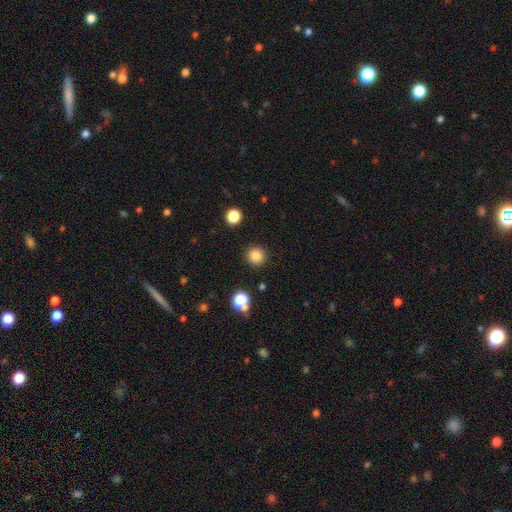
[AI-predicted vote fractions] A smooth galaxy with no disk features (84%) that is round (94%). Merging: none (90%).